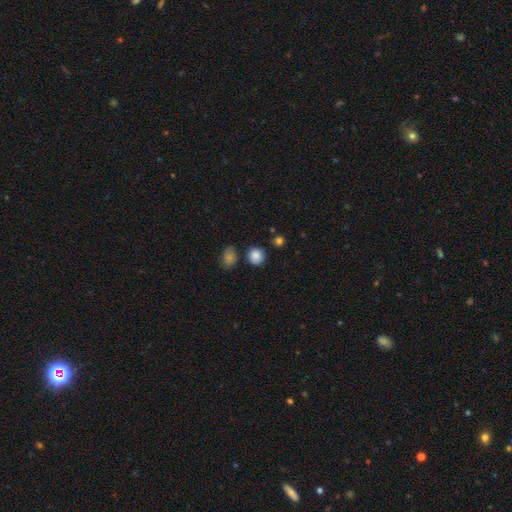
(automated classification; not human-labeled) Smooth or featured?
  - smooth: 85% *
  - star or artifact: 10%
  - featured or disk: 5%
How rounded?
  - round: 86% *
  - in between: 13%
  - cigar-shaped: 1%
Merging?
  - none: 81% *
  - minor disturbance: 11%
  - merger: 6%
  - major disturbance: 3%